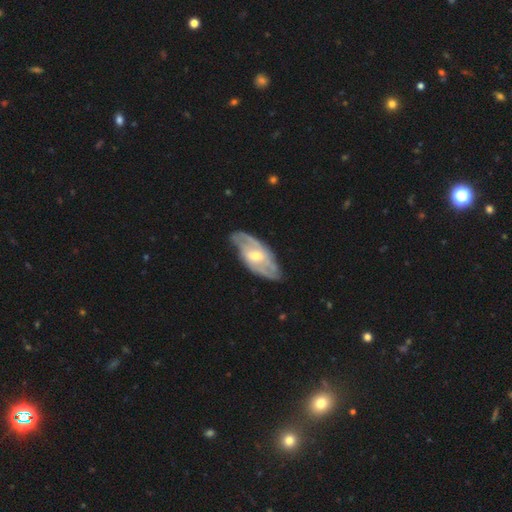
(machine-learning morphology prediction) Smooth or featured?
  - featured or disk: 80% *
  - smooth: 16%
  - star or artifact: 4%
Edge-on disk?
  - no: 91% *
  - yes: 9%
Bar?
  - weak: 50% *
  - no: 33%
  - strong: 17%
Spiral arms?
  - yes: 90% *
  - no: 10%
Spiral winding?
  - medium: 44% *
  - tight: 37%
  - loose: 19%
Spiral arm count?
  - 2: 59% *
  - can't tell: 22%
  - 3: 9%
  - 1: 3%
  - 4: 3%
  - more than 4: 2%
Bulge size?
  - moderate: 57% *
  - small: 38%
  - large: 3%
  - none: 1%
  - dominant: 1%
Merging?
  - none: 75% *
  - minor disturbance: 18%
  - major disturbance: 5%
  - merger: 1%